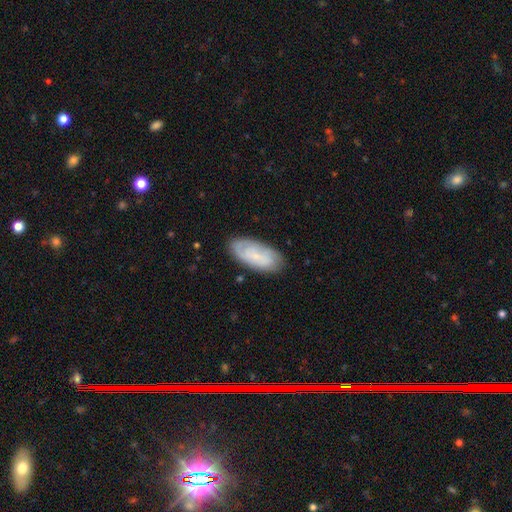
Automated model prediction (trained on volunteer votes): Smooth or featured: smooth — 47% (featured or disk — 46%)
Merging: none — 77% (minor disturbance — 17%)